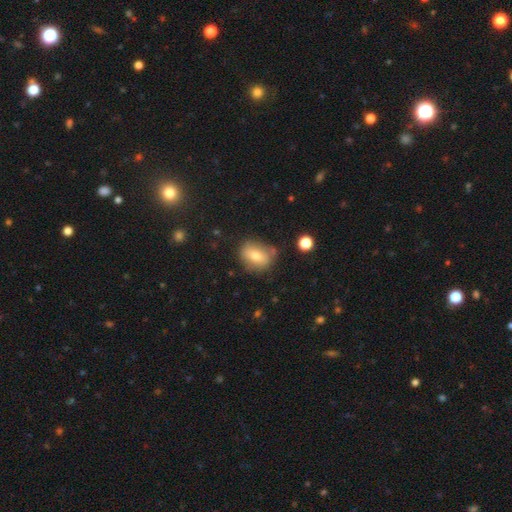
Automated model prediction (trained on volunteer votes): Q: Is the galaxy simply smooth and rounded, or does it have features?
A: smooth — 63%.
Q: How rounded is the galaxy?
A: in between — 59%.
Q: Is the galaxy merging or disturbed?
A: none — 71%.